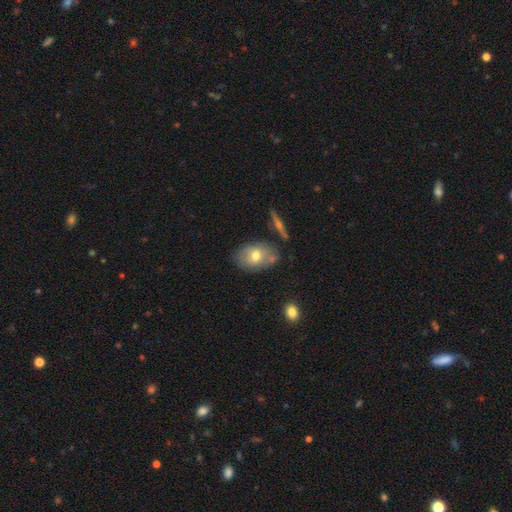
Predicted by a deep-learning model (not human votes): A smooth galaxy with no disk features (65%) that is in between round and cigar-shaped (81%). Merging: none (67%).